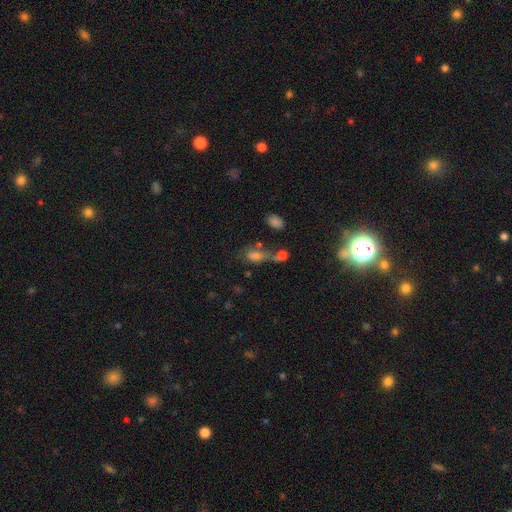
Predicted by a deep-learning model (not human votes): Overall: smooth (61%). How rounded: in between (76%). Merging: merger (36%; none 30%).